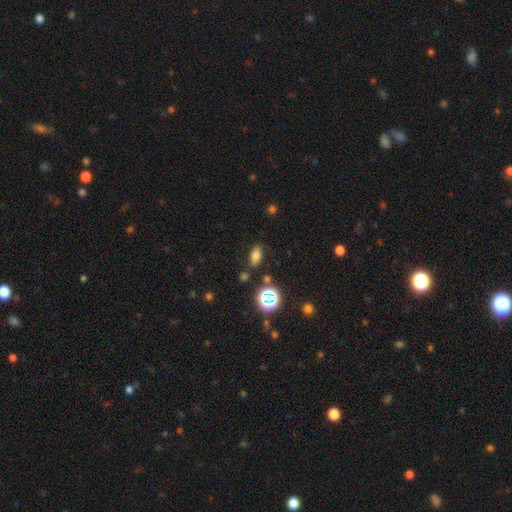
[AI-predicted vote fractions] The model was most divided on "smooth or featured": smooth: 71%, star or artifact: 19%, featured or disk: 10%. More confident: how rounded — in between (84%); merging — none (80%).